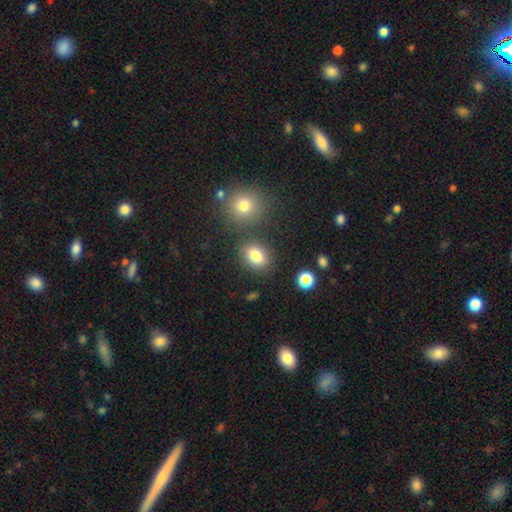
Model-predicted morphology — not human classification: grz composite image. It shows a smooth galaxy with no disk features (81%) that is in between round and cigar-shaped (60%). Merging: none (77%).